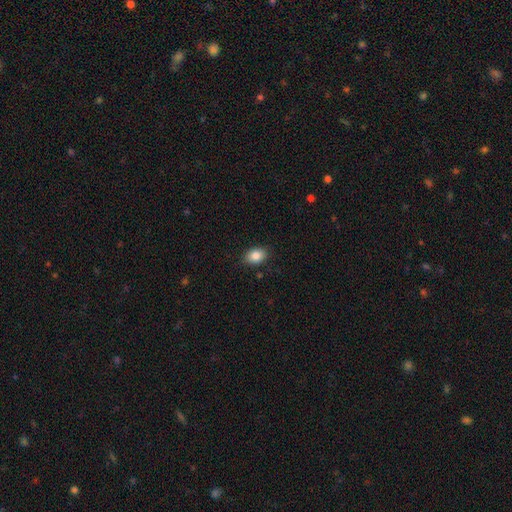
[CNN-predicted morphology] smooth-or-featured: smooth: 86% | star or artifact: 8% | featured or disk: 6%
  how-rounded: in between: 79% | round: 20% | cigar-shaped: 1%
  merging: none: 85% | minor disturbance: 11% | major disturbance: 2% | merger: 1%